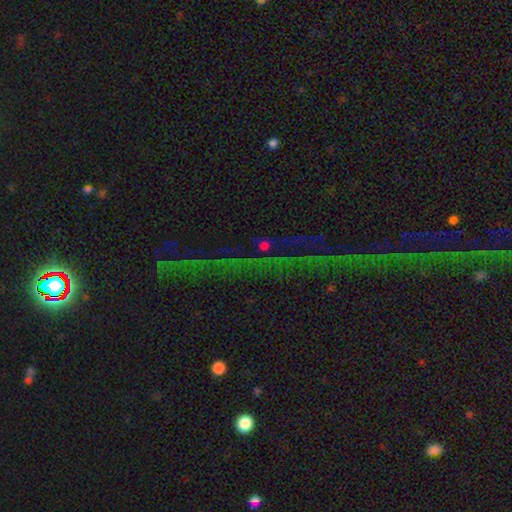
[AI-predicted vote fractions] This appears to be a star or artifact, not a galaxy (75%).